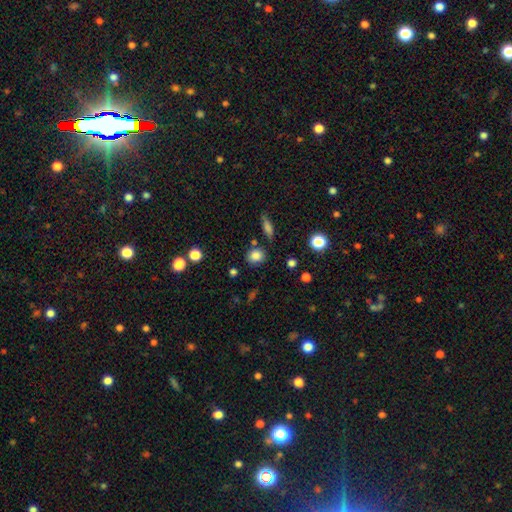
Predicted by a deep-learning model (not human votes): A smooth galaxy with no disk features (83%) that is round (69%). Merging: none (78%).